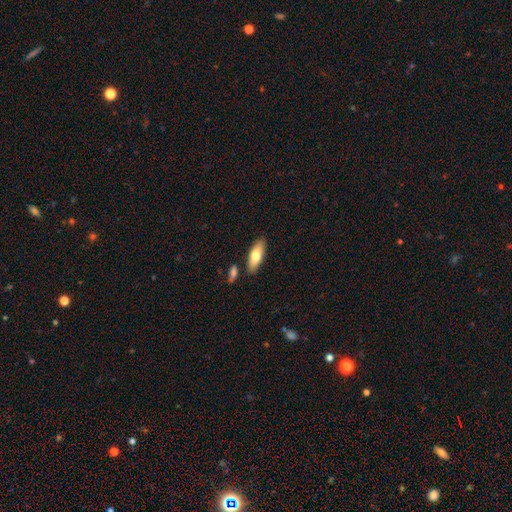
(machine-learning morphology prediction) smooth 72%, featured or disk 22%, star or artifact 6%. Down the decision tree: how rounded — in between (71%); merging — none (81%).